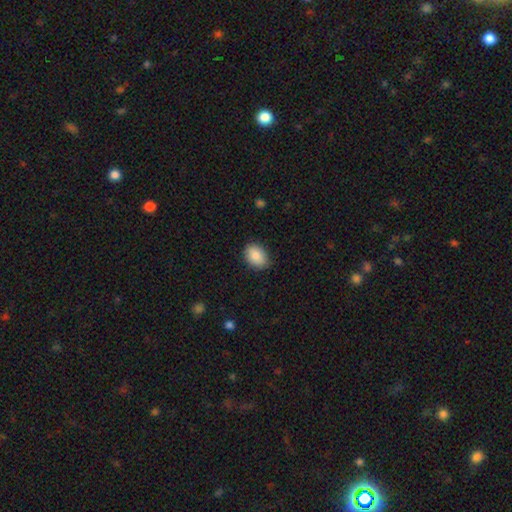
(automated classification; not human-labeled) smooth-or-featured: smooth: 87% | star or artifact: 7% | featured or disk: 6%
  how-rounded: in between: 73% | round: 26% | cigar-shaped: 1%
  merging: none: 82% | minor disturbance: 14% | major disturbance: 2% | merger: 1%